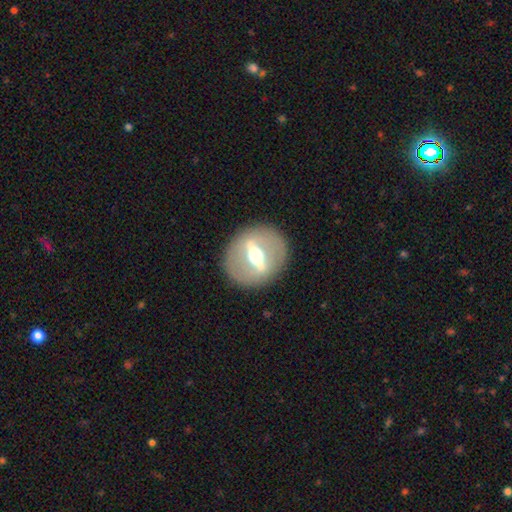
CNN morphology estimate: featured or disk 78%, smooth 16%, star or artifact 6%. Down the decision tree: edge-on disk — no (56%); merging — none (88%).